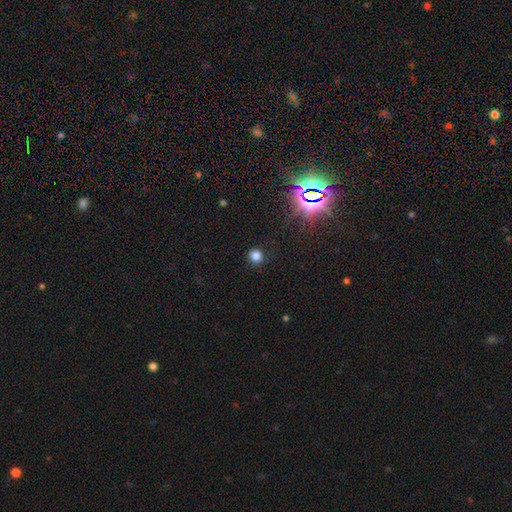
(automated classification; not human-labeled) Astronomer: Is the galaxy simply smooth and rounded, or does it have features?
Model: smooth — 79%.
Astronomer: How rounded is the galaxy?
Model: round — 89%.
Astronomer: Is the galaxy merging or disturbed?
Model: none — 88%.